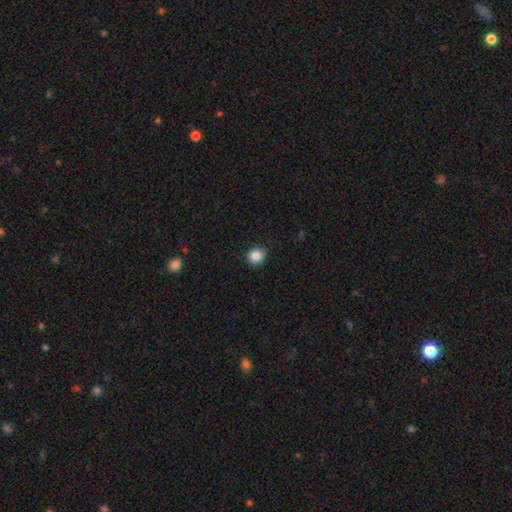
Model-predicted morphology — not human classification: smooth_or_featured: smooth (p=0.86) [alt: star or artifact p=0.10]
how_rounded: round (p=0.84) [alt: in between p=0.15]
merging: none (p=0.88) [alt: minor disturbance p=0.09]